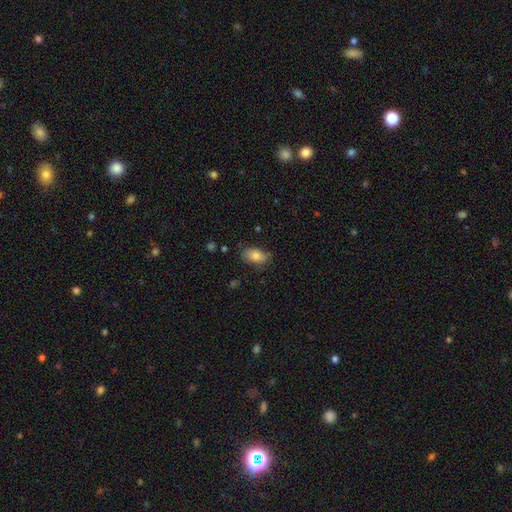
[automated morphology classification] smooth 81%, featured or disk 11%, star or artifact 8%. Down the decision tree: how rounded — in between (92%); merging — none (75%).